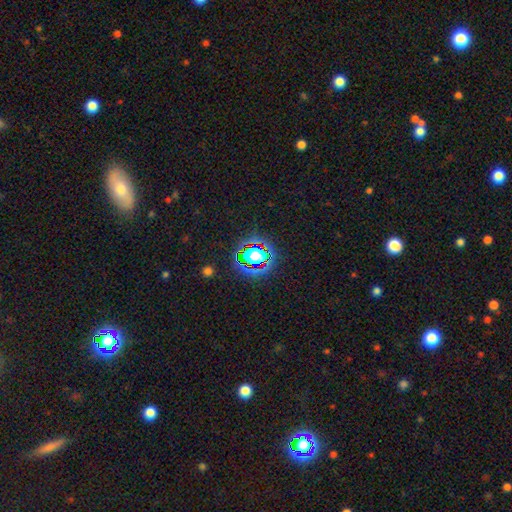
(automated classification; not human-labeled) Smooth or featured? star or artifact (56%)